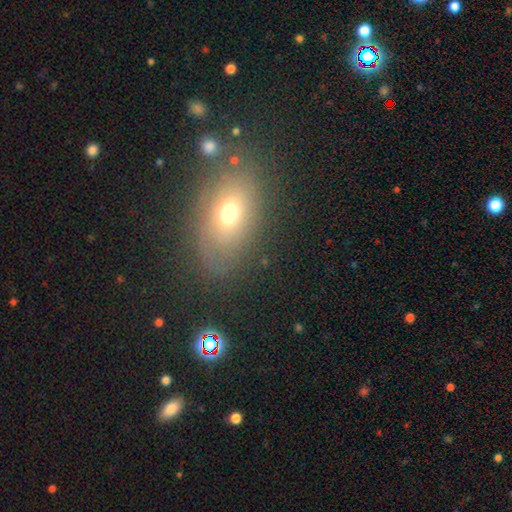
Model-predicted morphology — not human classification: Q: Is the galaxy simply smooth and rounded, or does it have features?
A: smooth — 56%.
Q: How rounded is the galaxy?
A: in between — 78%.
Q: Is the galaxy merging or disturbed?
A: none — 80%.